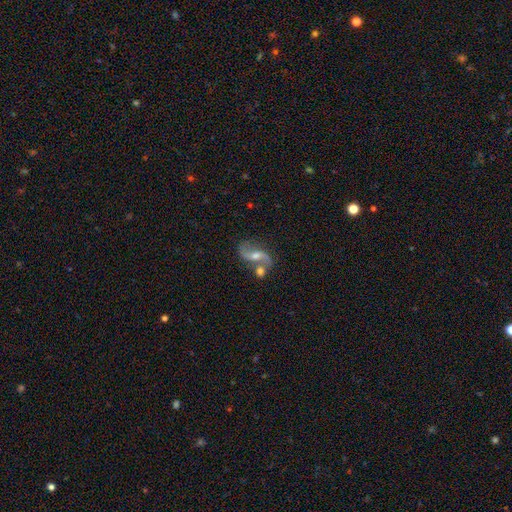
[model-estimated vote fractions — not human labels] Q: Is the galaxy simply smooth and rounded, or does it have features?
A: featured or disk — 84%.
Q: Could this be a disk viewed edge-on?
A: no — 96%.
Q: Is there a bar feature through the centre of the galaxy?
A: weak — 41%.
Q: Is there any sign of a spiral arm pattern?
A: yes — 95%.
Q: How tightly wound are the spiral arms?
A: loose — 71%.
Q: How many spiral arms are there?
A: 2 — 92%.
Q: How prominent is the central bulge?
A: moderate — 55%.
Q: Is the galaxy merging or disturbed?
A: none — 58%.